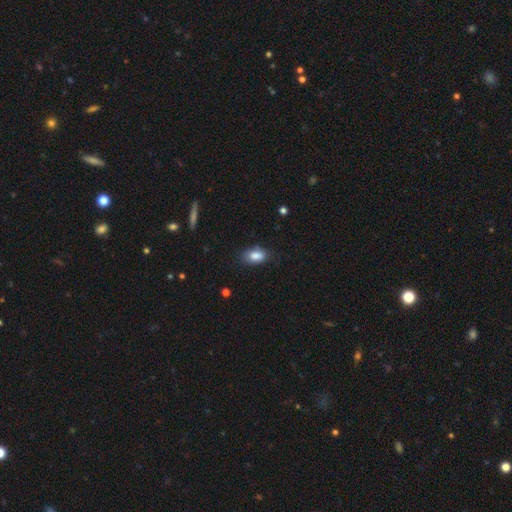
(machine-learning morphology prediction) Smooth or featured? smooth (84%)
How rounded? in between (89%)
Merging? none (72%)